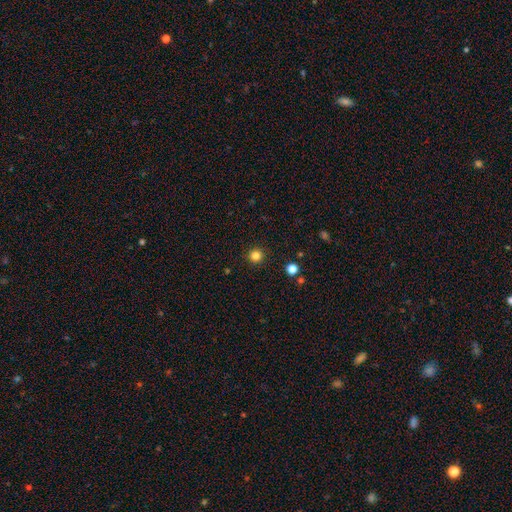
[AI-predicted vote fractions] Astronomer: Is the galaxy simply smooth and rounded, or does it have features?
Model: smooth — 82%.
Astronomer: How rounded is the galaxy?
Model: round — 96%.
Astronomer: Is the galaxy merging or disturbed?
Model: none — 92%.